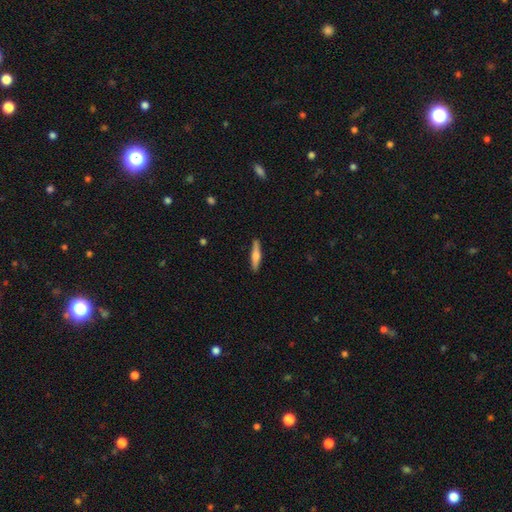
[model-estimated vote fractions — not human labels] This appears to be a smooth galaxy with no disk features (50%). Merging: none (89%).